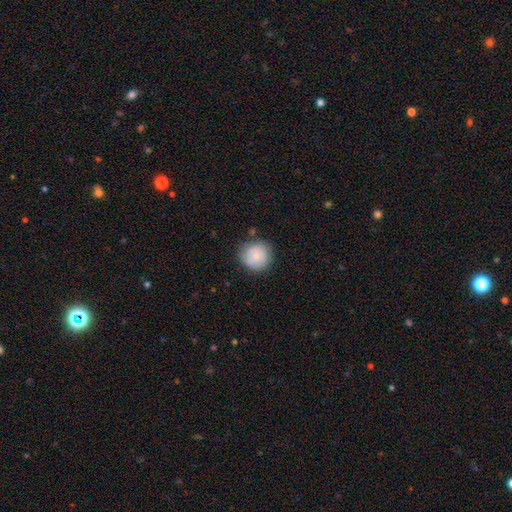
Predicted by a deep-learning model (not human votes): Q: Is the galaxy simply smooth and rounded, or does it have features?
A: smooth — 78%.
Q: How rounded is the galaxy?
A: round — 92%.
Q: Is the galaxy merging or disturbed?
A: none — 78%.